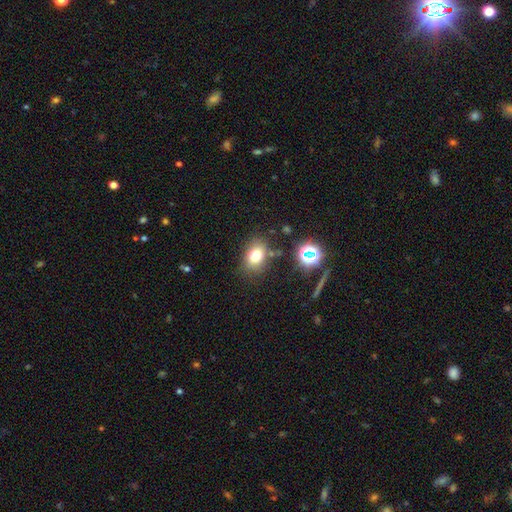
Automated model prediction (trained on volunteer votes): Morphology: type=smooth (74%); roundness=in between (68%); merging=none (76%).